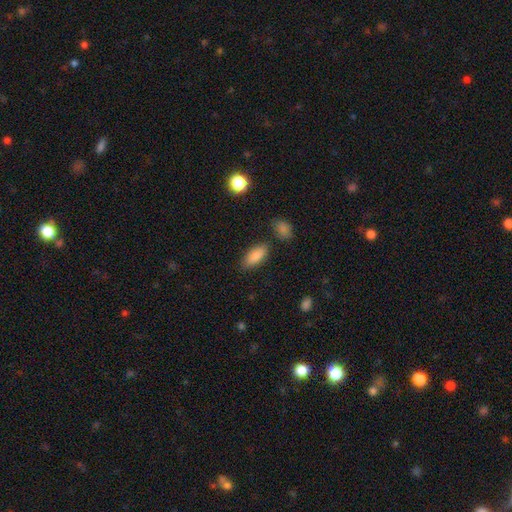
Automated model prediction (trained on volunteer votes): Overall: smooth (87%). How rounded: in between (86%). Merging: none (79%).